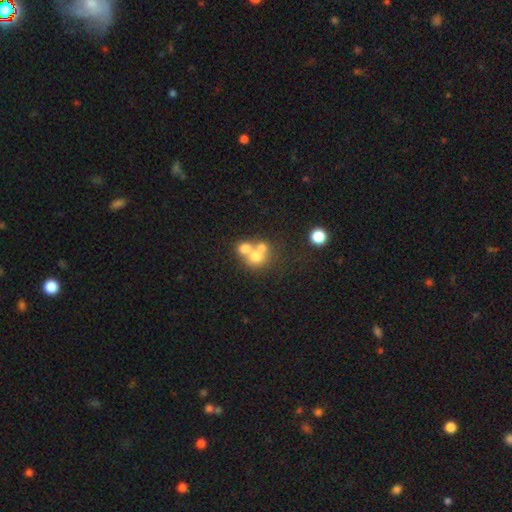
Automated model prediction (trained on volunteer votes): smooth_or_featured: smooth (p=0.64) [alt: featured or disk p=0.23]
how_rounded: round (p=0.80) [alt: in between p=0.19]
merging: merger (p=0.61) [alt: none p=0.29]